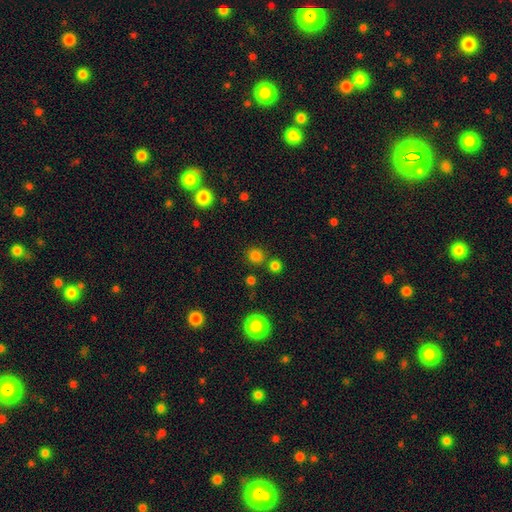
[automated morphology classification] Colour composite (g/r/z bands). It shows a smooth galaxy with no disk features (79%) that is round (89%). Merging: none (78%).